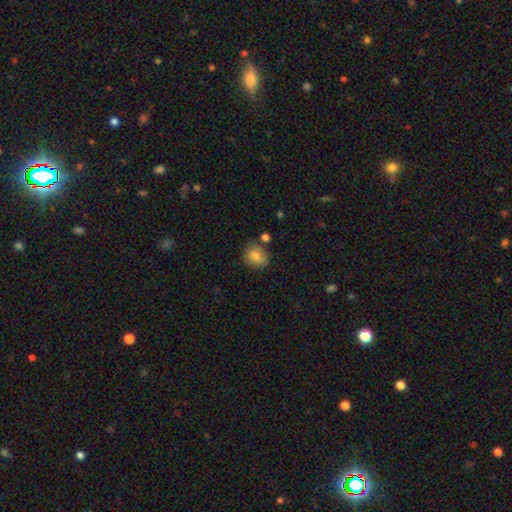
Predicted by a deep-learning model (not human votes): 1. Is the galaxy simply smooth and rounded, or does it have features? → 82% smooth, 9% star or artifact, 9% featured or disk.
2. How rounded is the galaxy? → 70% round, 29% in between, 1% cigar-shaped.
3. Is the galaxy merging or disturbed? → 74% none, 16% minor disturbance, 6% merger, 4% major disturbance.